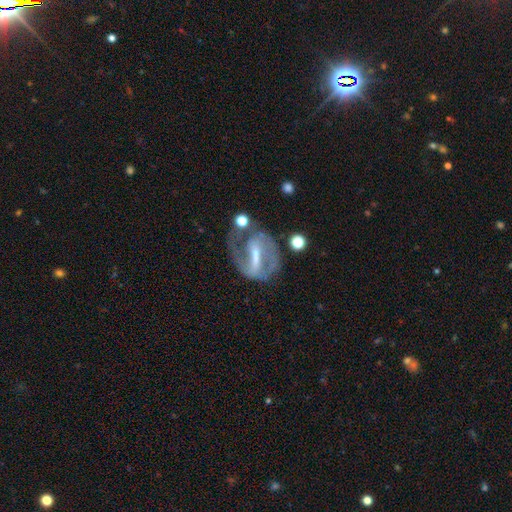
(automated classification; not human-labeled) Overall: featured or disk (80%). Edge-on disk: no (94%). Bar: strong (61%; weak 29%). Spiral arms: yes (82%). Spiral arm count: 2 (68%). Spiral winding: medium (46%; tight 31%). Bulge size: small (52%; moderate 30%). Merging: none (52%; major disturbance 21%).